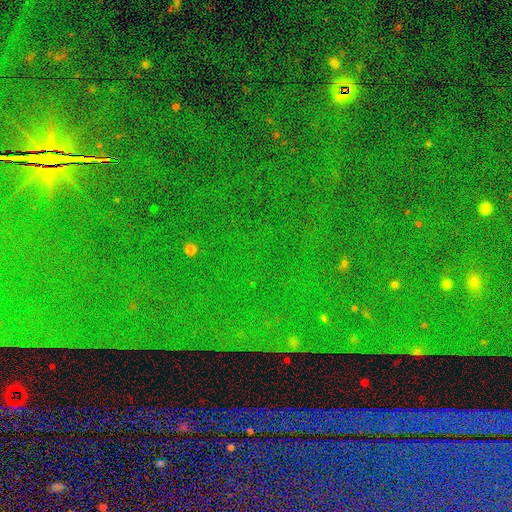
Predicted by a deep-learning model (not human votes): Smooth or featured: star or artifact — 88% (featured or disk — 6%)